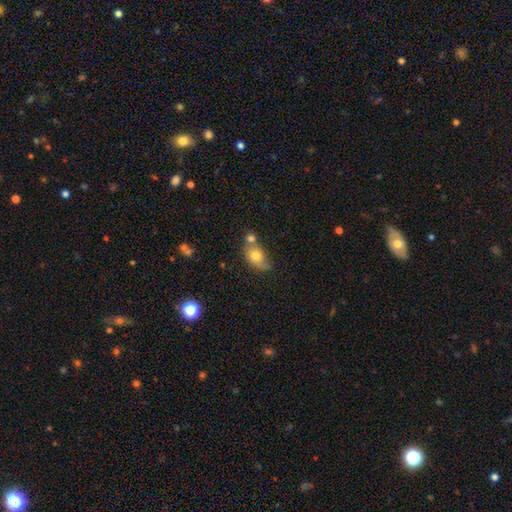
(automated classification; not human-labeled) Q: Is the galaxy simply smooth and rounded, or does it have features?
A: smooth — 74%.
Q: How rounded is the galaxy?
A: in between — 78%.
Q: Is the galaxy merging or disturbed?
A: none — 40%.